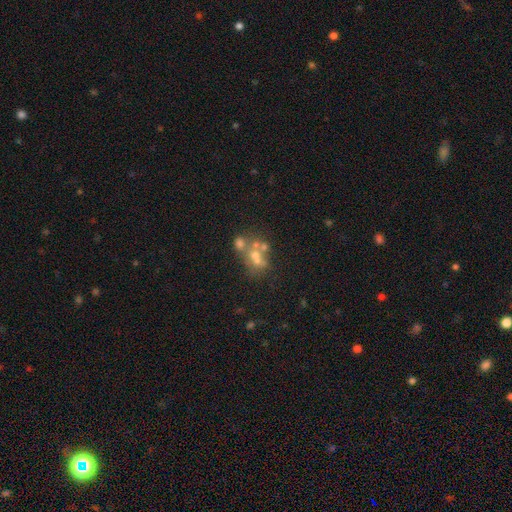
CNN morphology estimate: smooth_or_featured: featured or disk (p=0.39) [alt: smooth p=0.38]
merging: merger (p=0.46) [alt: none p=0.33]